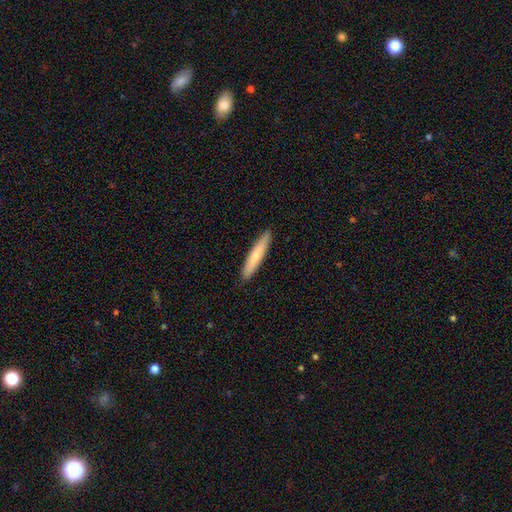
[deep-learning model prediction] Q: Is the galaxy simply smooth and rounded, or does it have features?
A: smooth — 69%.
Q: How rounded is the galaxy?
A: cigar-shaped — 92%.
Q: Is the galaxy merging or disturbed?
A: none — 91%.